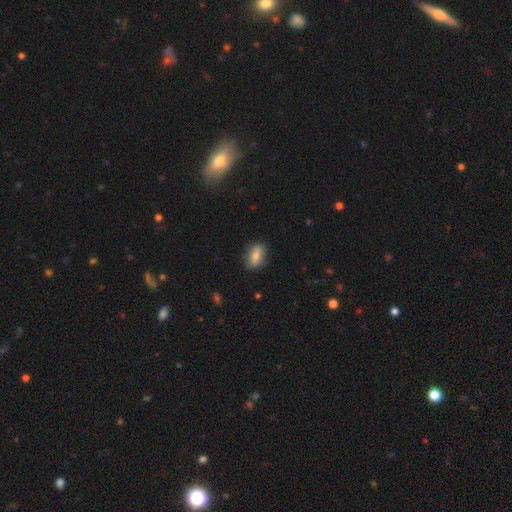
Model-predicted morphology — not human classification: Smooth or featured? Predicted: smooth (p=0.78). How rounded? Predicted: in between (p=0.81). Merging? Predicted: none (p=0.84).